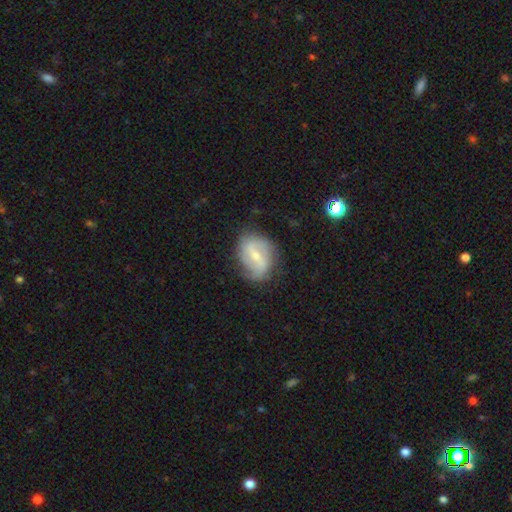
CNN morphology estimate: The model was most divided on "bulge size" (2-way tie): small: 47%, moderate: 47%, none: 3%, large: 2%, dominant: 1%. Remaining: edge-on disk — no (97%); spiral arms — yes (86%); spiral arm count — 2 (75%); smooth or featured — featured or disk (71%); merging — none (70%); bar — weak (53%); spiral winding — medium (42%).